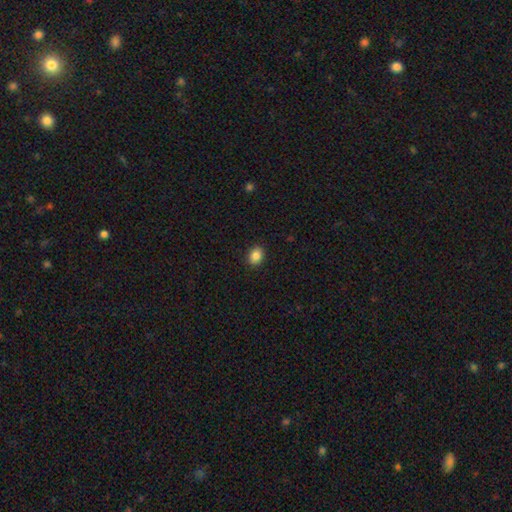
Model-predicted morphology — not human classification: smooth_or_featured: smooth (p=0.87) [alt: star or artifact p=0.09]
how_rounded: in between (p=0.57) [alt: round p=0.43]
merging: none (p=0.90) [alt: minor disturbance p=0.07]